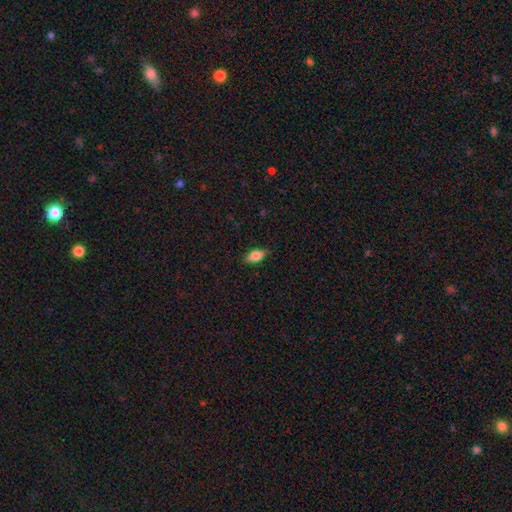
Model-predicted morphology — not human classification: Smooth or featured?
  - smooth: 72% *
  - featured or disk: 20%
  - star or artifact: 8%
How rounded?
  - in between: 84% *
  - cigar-shaped: 11%
  - round: 5%
Merging?
  - none: 86% *
  - minor disturbance: 11%
  - major disturbance: 2%
  - merger: 1%